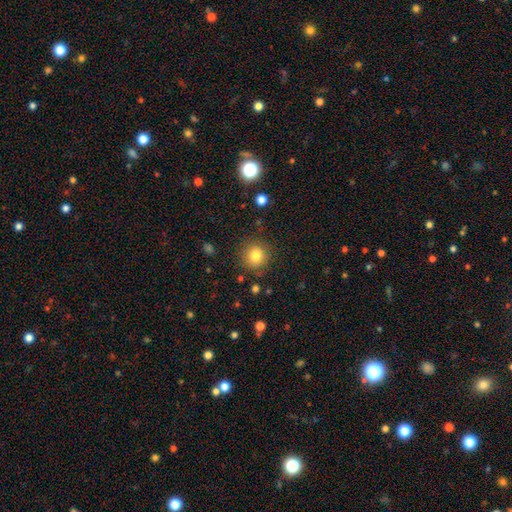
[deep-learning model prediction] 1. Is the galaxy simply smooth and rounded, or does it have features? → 80% smooth, 12% star or artifact, 8% featured or disk.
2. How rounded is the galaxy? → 93% round, 6% in between, 1% cigar-shaped.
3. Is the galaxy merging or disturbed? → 87% none, 8% minor disturbance, 3% major disturbance, 2% merger.